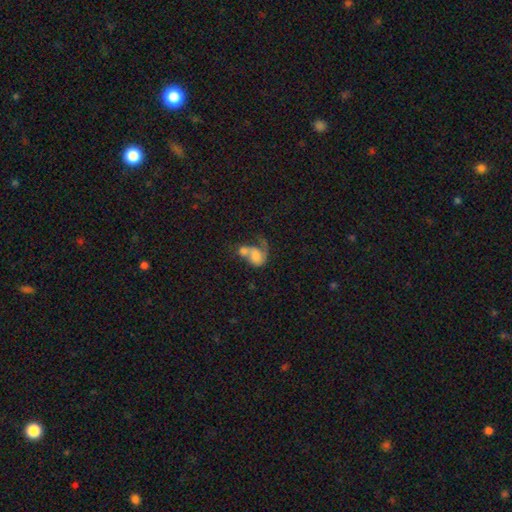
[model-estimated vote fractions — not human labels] Smooth or featured: smooth — 51% (featured or disk — 40%)
How rounded: in between — 63% (round — 35%)
Merging: merger — 63% (major disturbance — 18%)